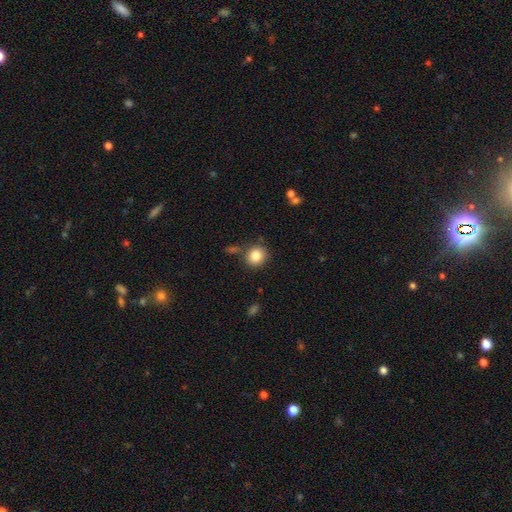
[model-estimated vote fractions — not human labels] A smooth galaxy with no disk features (84%) that is round (85%).

Vote fractions:
- Smooth or featured? smooth: 84% / star or artifact: 10% / featured or disk: 6%
- How rounded? round: 85% / in between: 14% / cigar-shaped: 1%
- Merging? none: 79% / minor disturbance: 11% / merger: 7% / major disturbance: 4%